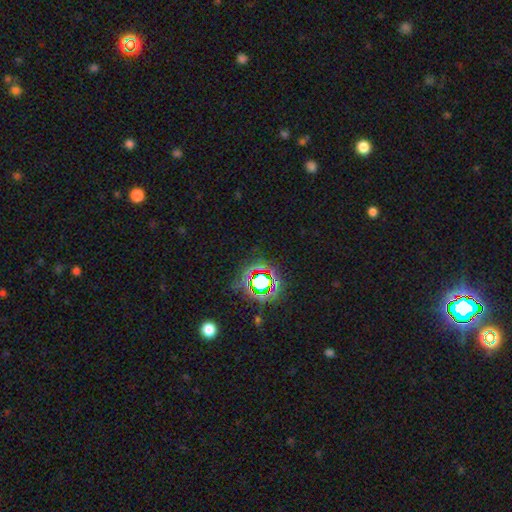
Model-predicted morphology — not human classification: smooth_or_featured: star or artifact (p=0.79) [alt: smooth p=0.14]